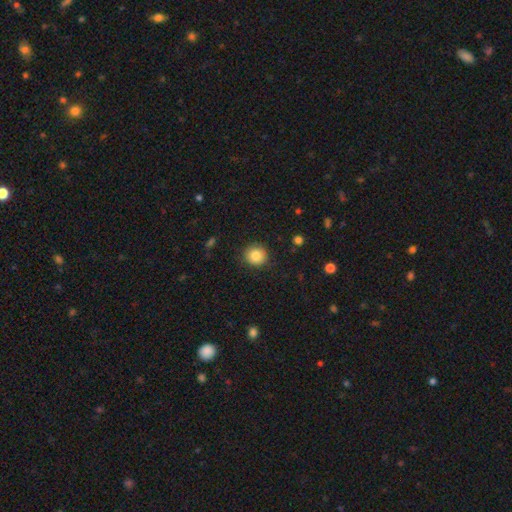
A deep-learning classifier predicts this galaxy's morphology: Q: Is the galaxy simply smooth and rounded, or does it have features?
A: smooth — 84%.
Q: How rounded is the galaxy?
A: round — 90%.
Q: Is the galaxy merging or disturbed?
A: none — 90%.